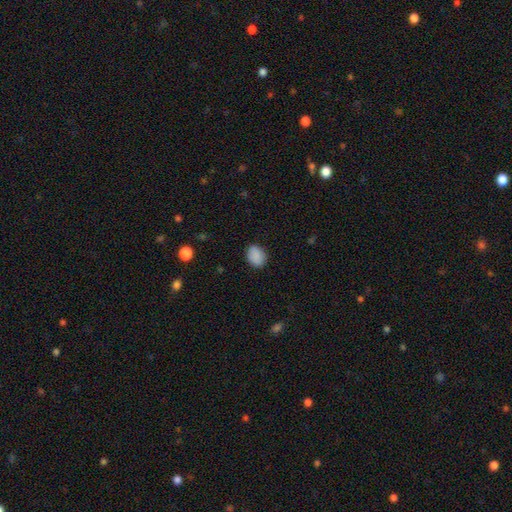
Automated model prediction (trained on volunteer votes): Overall: smooth (88%). How rounded: in between (65%; round 34%). Merging: none (84%).